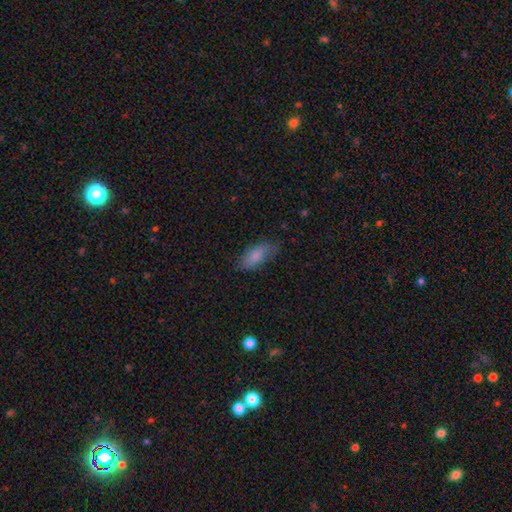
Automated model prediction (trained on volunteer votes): Smooth or featured?
  - smooth: 79% *
  - featured or disk: 14%
  - star or artifact: 7%
How rounded?
  - in between: 88% *
  - cigar-shaped: 10%
  - round: 2%
Merging?
  - none: 67% *
  - minor disturbance: 25%
  - major disturbance: 7%
  - merger: 1%